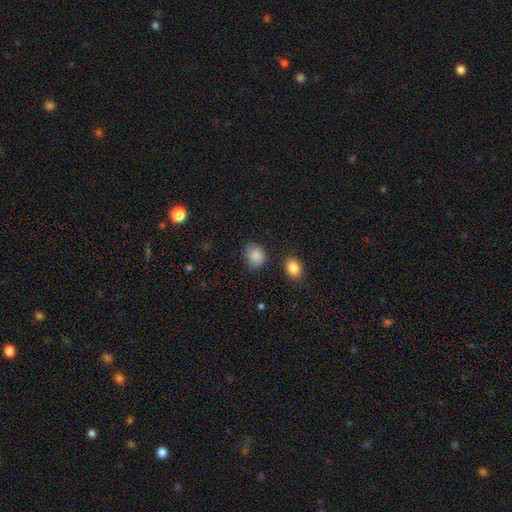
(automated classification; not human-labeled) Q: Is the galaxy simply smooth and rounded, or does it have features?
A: smooth — 88%.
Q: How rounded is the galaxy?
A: round — 51%.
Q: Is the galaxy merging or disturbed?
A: none — 75%.